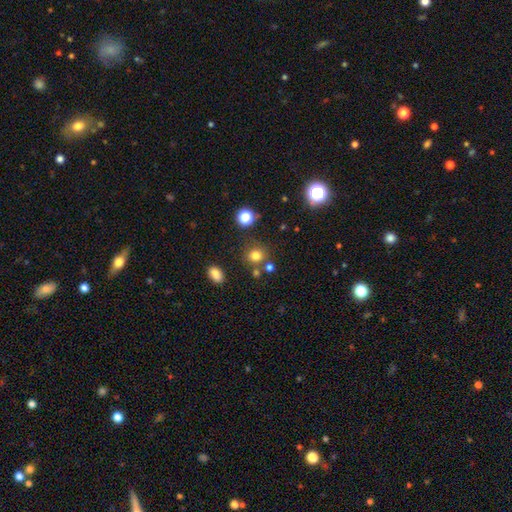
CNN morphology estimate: The model was most divided on "smooth or featured": smooth: 76%, star or artifact: 17%, featured or disk: 7%. More confident: how rounded — round (83%); merging — none (75%).